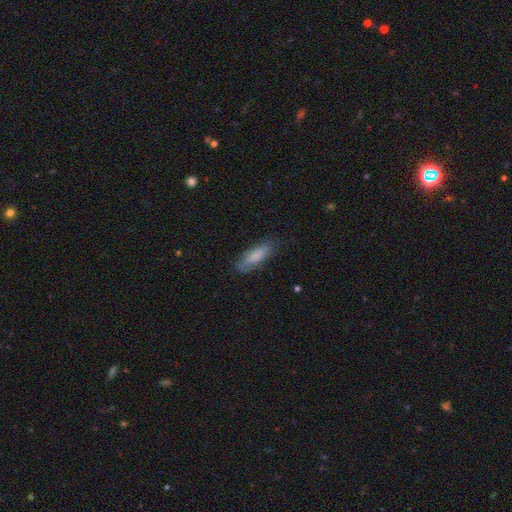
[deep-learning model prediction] Smooth or featured?
  - smooth: 77% *
  - featured or disk: 17%
  - star or artifact: 6%
How rounded?
  - in between: 56% *
  - cigar-shaped: 42%
  - round: 2%
Merging?
  - none: 73% *
  - minor disturbance: 20%
  - major disturbance: 5%
  - merger: 1%